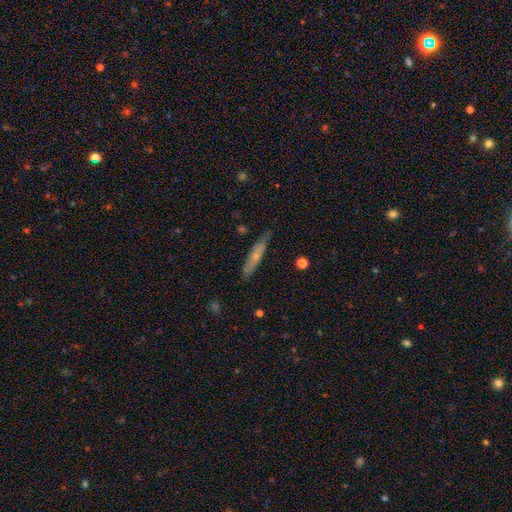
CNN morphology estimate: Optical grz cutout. It shows a smooth galaxy with no disk features (52%) that is cigar-shaped (89%). Merging: none (80%).